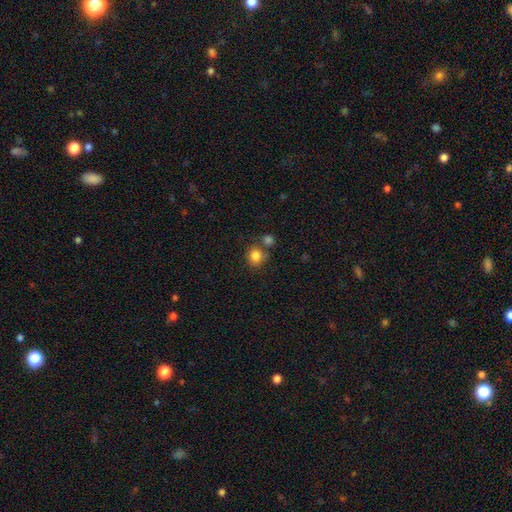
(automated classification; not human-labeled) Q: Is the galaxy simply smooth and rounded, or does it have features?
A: smooth — 83%.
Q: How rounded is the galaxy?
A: round — 77%.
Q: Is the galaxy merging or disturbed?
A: none — 62%.